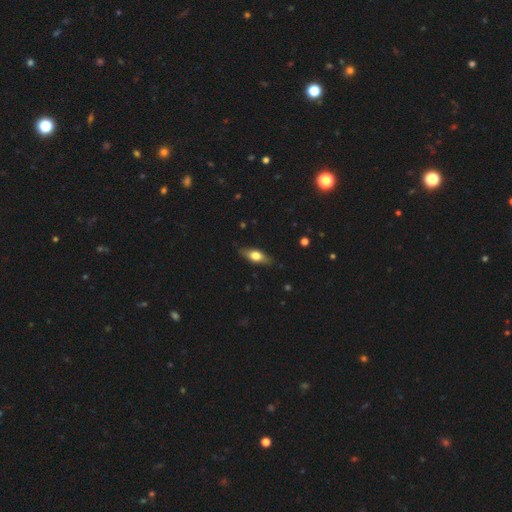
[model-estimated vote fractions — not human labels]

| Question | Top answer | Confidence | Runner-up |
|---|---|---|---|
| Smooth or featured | smooth | 64% | featured or disk (30%) |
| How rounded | in between | 74% | cigar-shaped (22%) |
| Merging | none | 84% | minor disturbance (13%) |